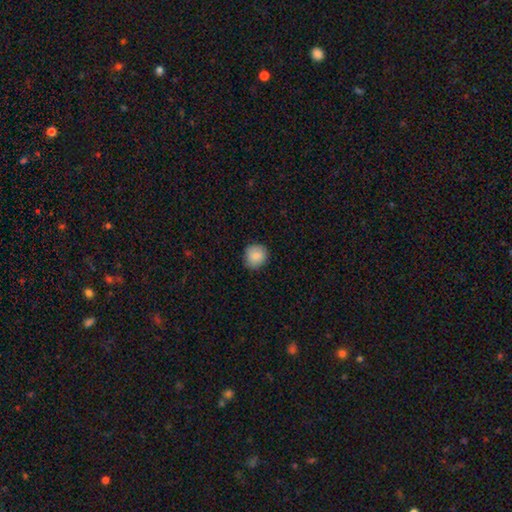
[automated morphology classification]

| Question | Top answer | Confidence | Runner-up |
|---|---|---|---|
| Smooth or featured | smooth | 87% | star or artifact (8%) |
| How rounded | round | 88% | in between (11%) |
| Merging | none | 87% | minor disturbance (10%) |